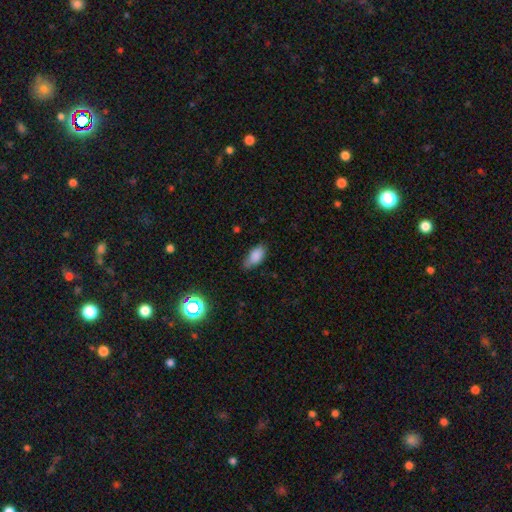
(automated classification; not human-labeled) The model was most divided on "merging": none: 61%, minor disturbance: 31%, major disturbance: 6%, merger: 2%. More confident: how rounded — in between (90%); smooth or featured — smooth (83%).